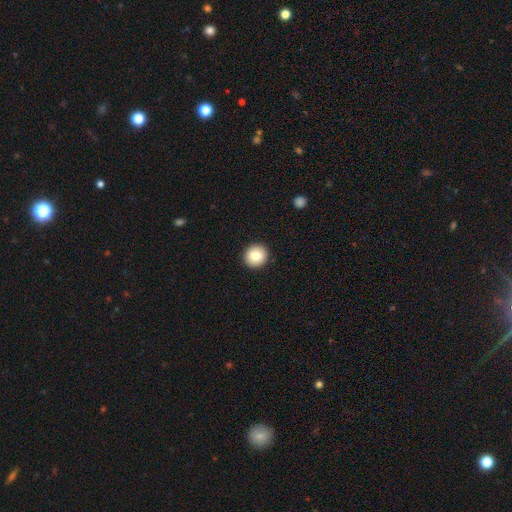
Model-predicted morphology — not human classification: Q: Smooth or featured?
A: smooth (81%); runner-up: featured or disk (11%)
Q: How rounded?
A: round (92%); runner-up: in between (7%)
Q: Merging?
A: none (93%); runner-up: minor disturbance (4%)